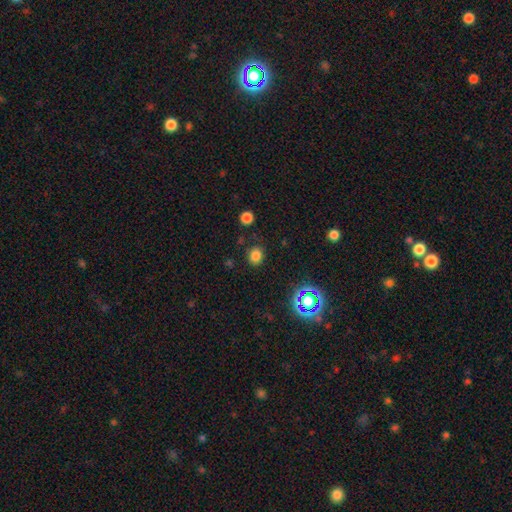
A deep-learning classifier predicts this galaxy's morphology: The model was most divided on "how rounded": round: 73%, in between: 26%, cigar-shaped: 1%. More confident: merging — none (85%); smooth or featured — smooth (78%).